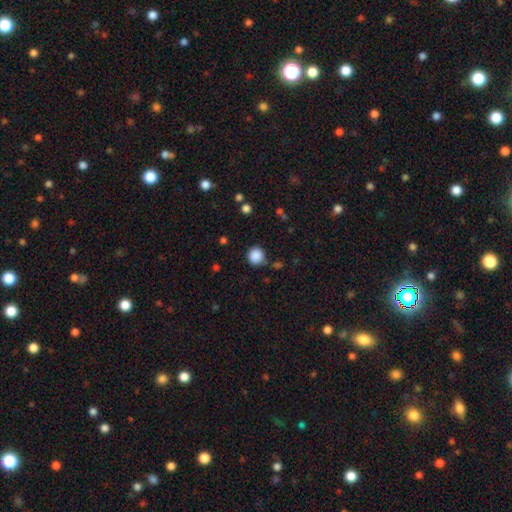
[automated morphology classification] Overall: smooth (88%). How rounded: round (93%). Merging: none (83%).